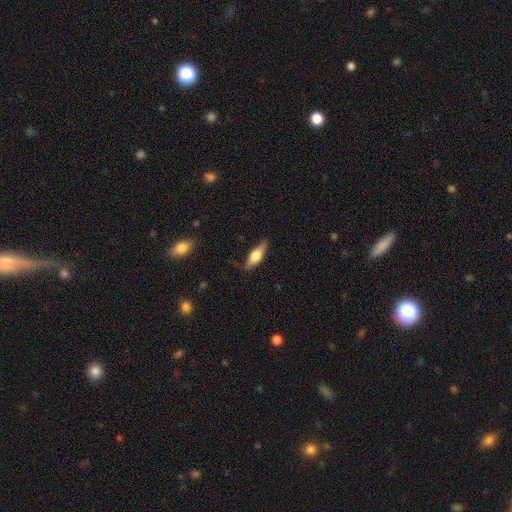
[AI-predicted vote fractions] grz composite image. It shows a smooth galaxy with no disk features (48%). Merging: none (79%).